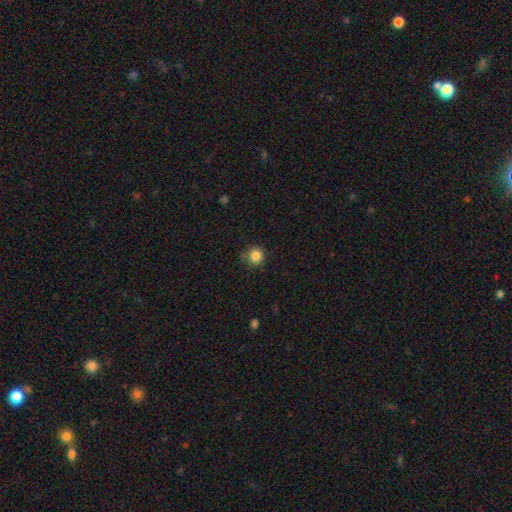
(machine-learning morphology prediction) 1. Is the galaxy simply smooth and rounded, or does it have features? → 85% smooth, 11% star or artifact, 4% featured or disk.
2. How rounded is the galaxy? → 92% round, 7% in between, 1% cigar-shaped.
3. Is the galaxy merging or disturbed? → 78% none, 16% minor disturbance, 4% major disturbance, 1% merger.